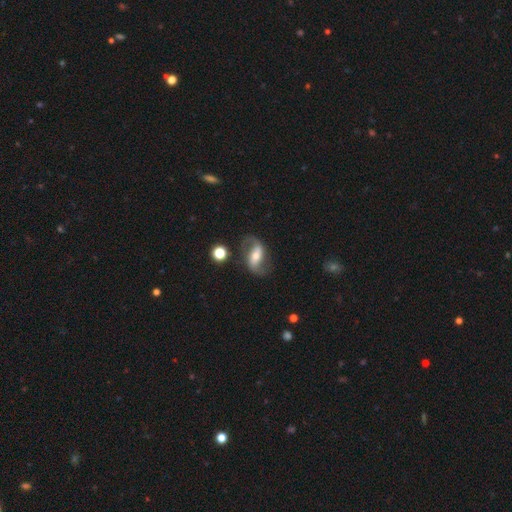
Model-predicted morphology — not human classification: smooth_or_featured: featured or disk (p=0.77) [alt: smooth p=0.16]
disk_edge_on: no (p=0.95) [alt: yes p=0.05]
bar: strong (p=0.43) [alt: weak p=0.33]
has_spiral_arms: yes (p=0.91) [alt: no p=0.09]
spiral_winding: loose (p=0.65) [alt: medium p=0.27]
spiral_arm_count: 2 (p=0.91) [alt: can't tell p=0.03]
bulge_size: moderate (p=0.54) [alt: small p=0.35]
merging: none (p=0.73) [alt: minor disturbance p=0.15]